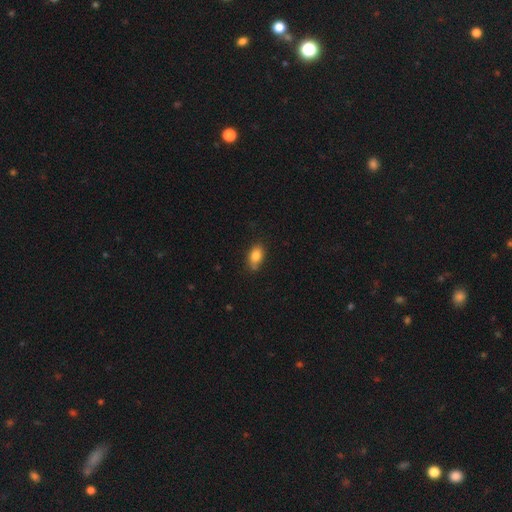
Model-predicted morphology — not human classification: Q: Smooth or featured?
A: smooth (83%); runner-up: featured or disk (9%)
Q: How rounded?
A: in between (85%); runner-up: round (11%)
Q: Merging?
A: none (69%); runner-up: minor disturbance (24%)